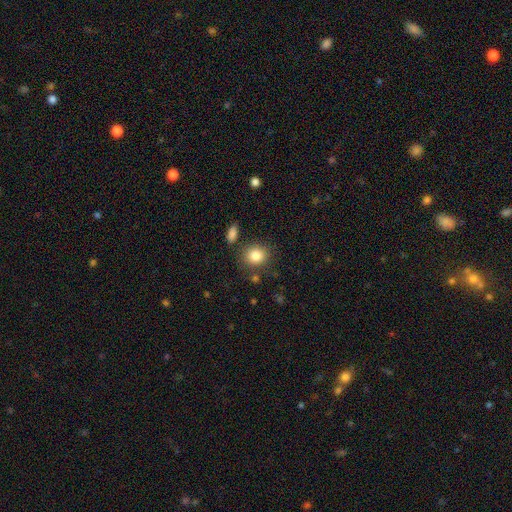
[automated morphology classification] Smooth or featured? Predicted: smooth (p=0.85). How rounded? Predicted: round (p=0.72). Merging? Predicted: none (p=0.80).